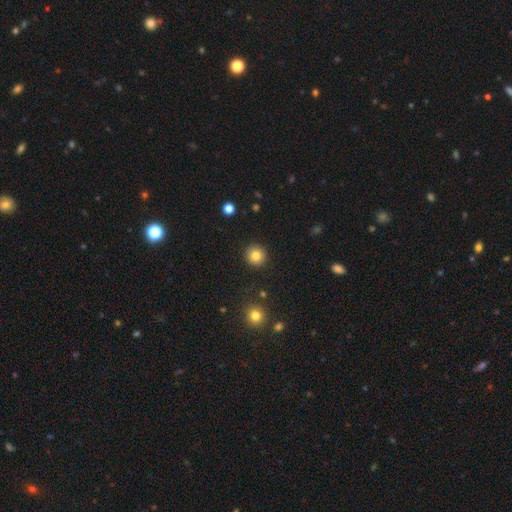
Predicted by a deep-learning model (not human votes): This appears to be a smooth galaxy with no disk features (82%) that is round (94%). Merging: none (91%).